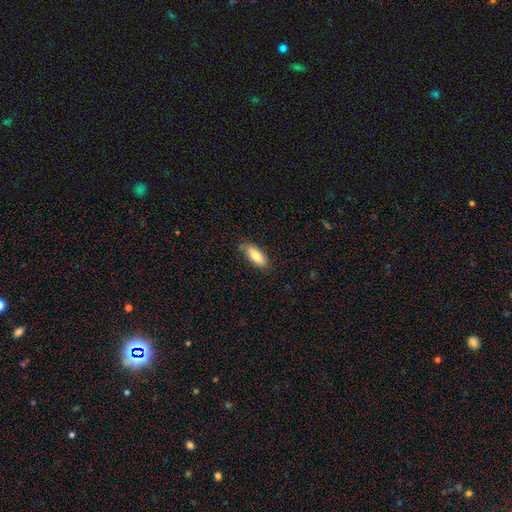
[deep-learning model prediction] Smooth or featured? smooth (82%)
How rounded? in between (73%)
Merging? none (78%)